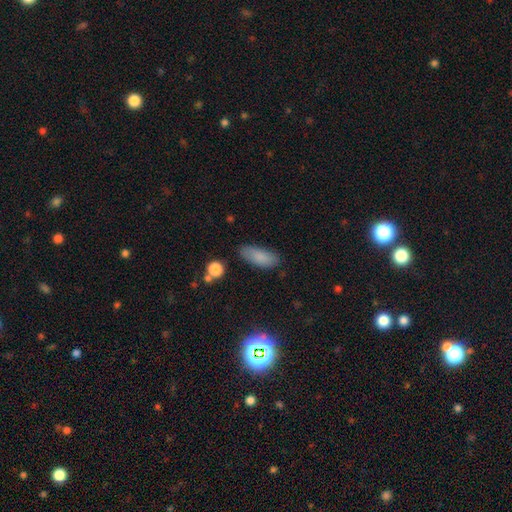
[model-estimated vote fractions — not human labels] This is clearly a smooth galaxy (84%). How rounded: likely in between (76%). Merging: likely none (78%).